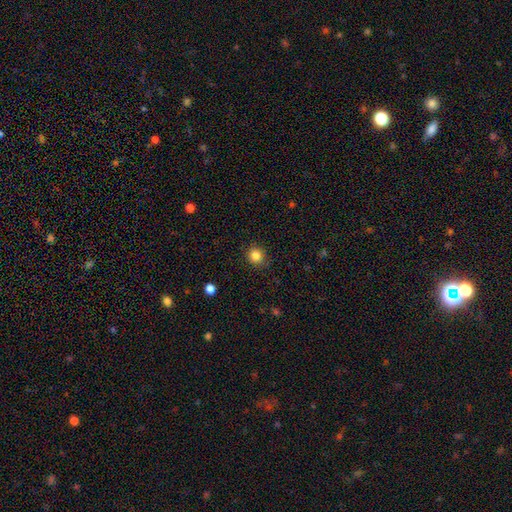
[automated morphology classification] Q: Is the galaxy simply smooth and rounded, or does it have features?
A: smooth — 84%.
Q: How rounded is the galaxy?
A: round — 89%.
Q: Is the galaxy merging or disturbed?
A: none — 87%.